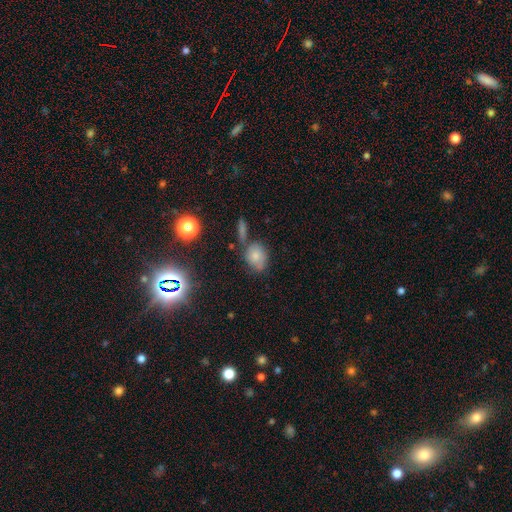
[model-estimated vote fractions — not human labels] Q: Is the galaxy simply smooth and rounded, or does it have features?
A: smooth — 71%.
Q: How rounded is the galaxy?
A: round — 50%.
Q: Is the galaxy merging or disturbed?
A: none — 52%.